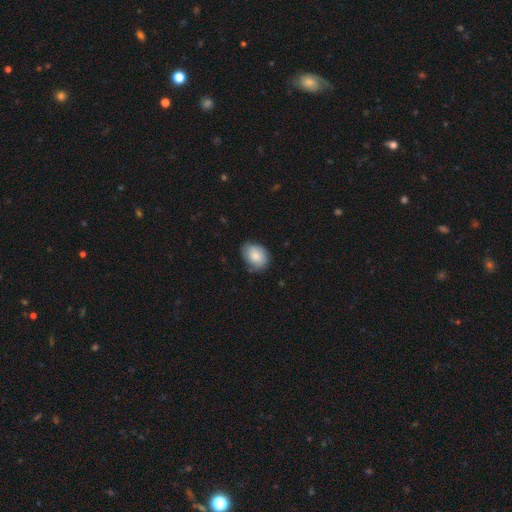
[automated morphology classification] The model was most divided on "merging": none: 71%, minor disturbance: 24%, major disturbance: 4%, merger: 1%. More confident: smooth or featured — smooth (82%); how rounded — in between (74%).